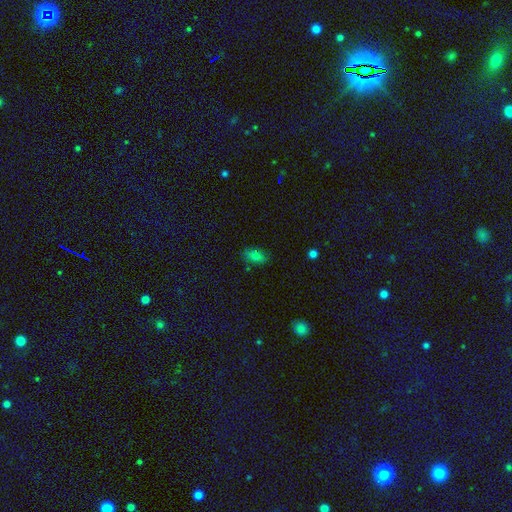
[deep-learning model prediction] Smooth or featured?
  - smooth: 78% *
  - star or artifact: 14%
  - featured or disk: 9%
How rounded?
  - in between: 89% *
  - round: 7%
  - cigar-shaped: 4%
Merging?
  - none: 78% *
  - minor disturbance: 16%
  - major disturbance: 4%
  - merger: 2%